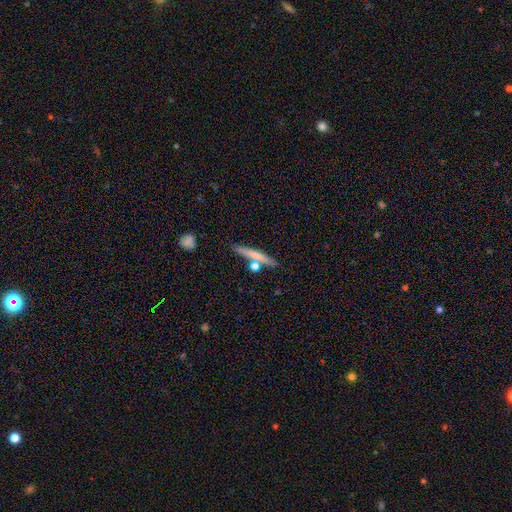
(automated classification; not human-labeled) A smooth galaxy with no disk features (59%) that is cigar-shaped (90%). Merging: none (75%).